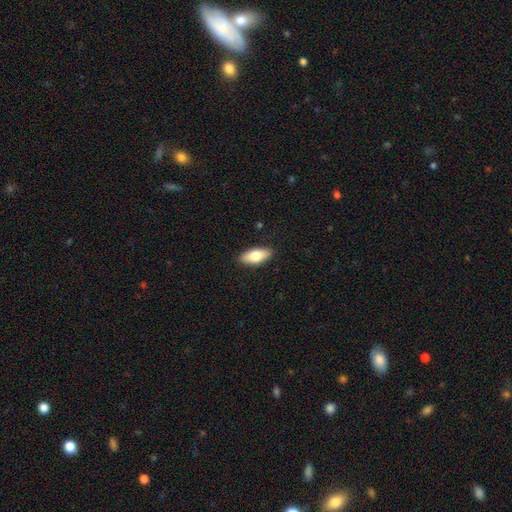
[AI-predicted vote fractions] smooth_or_featured: smooth (p=0.74) [alt: featured or disk p=0.20]
how_rounded: in between (p=0.82) [alt: cigar-shaped p=0.15]
merging: none (p=0.88) [alt: minor disturbance p=0.09]